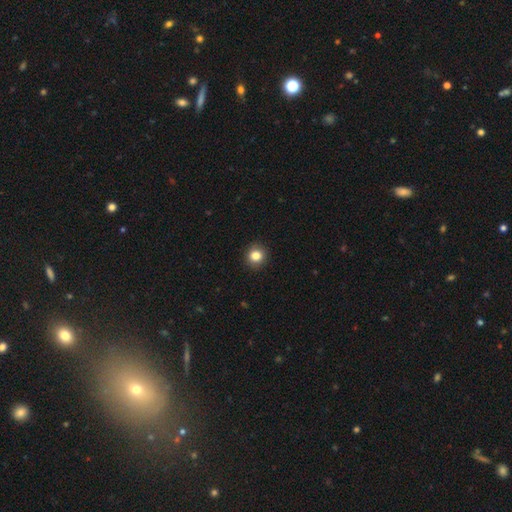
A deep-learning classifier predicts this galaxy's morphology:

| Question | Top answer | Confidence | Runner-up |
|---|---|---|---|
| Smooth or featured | smooth | 83% | star or artifact (11%) |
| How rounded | round | 88% | in between (11%) |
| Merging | none | 92% | minor disturbance (6%) |